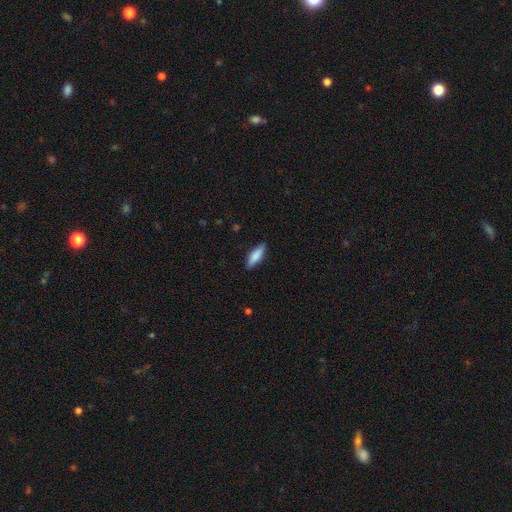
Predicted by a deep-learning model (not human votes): smooth-or-featured: smooth: 82% | featured or disk: 12% | star or artifact: 6%
  how-rounded: in between: 54% | cigar-shaped: 44% | round: 2%
  merging: none: 85% | minor disturbance: 12% | major disturbance: 2% | merger: 1%